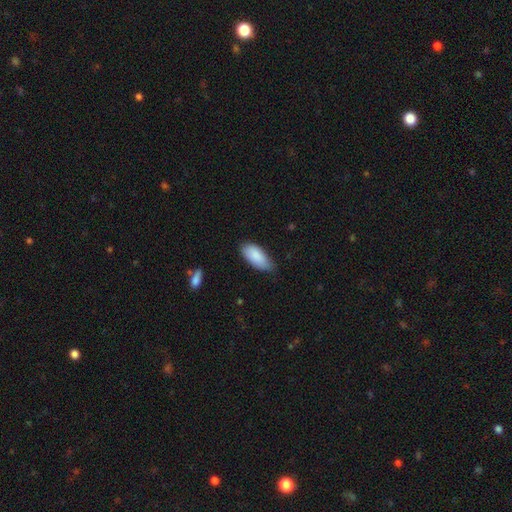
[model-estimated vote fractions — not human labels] Q: Smooth or featured?
A: smooth (88%); runner-up: featured or disk (6%)
Q: How rounded?
A: in between (90%); runner-up: cigar-shaped (9%)
Q: Merging?
A: none (69%); runner-up: minor disturbance (26%)